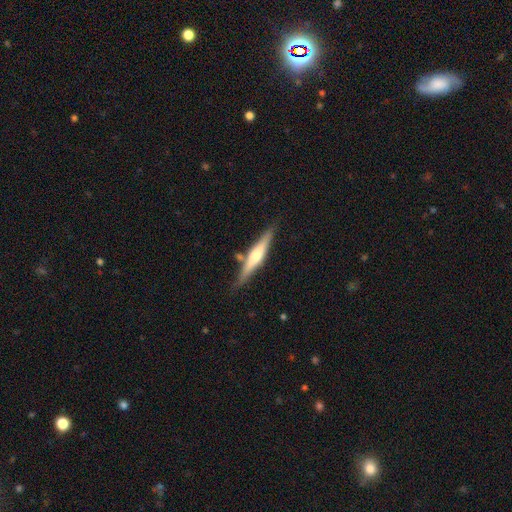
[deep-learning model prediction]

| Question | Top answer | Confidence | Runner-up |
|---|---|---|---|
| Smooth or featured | featured or disk | 59% | smooth (36%) |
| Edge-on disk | yes | 96% | no (4%) |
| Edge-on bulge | rounded | 79% | boxy (12%) |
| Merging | none | 79% | minor disturbance (13%) |